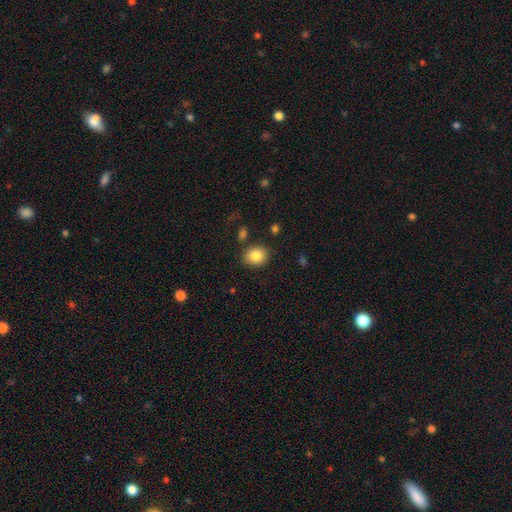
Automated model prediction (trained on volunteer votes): Smooth or featured? smooth (85%)
How rounded? round (62%)
Merging? none (82%)